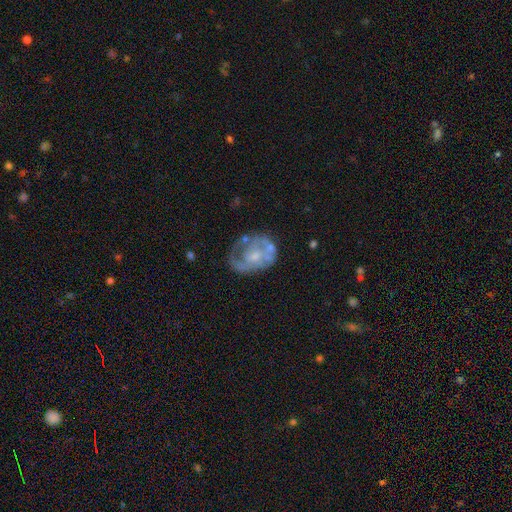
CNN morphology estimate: Overall: featured or disk (71%). Edge-on disk: no (98%). Bar: no (76%). Spiral arms: yes (58%; no 42%). Bulge size: small (42%; moderate 35%). Merging: none (48%; minor disturbance 24%).